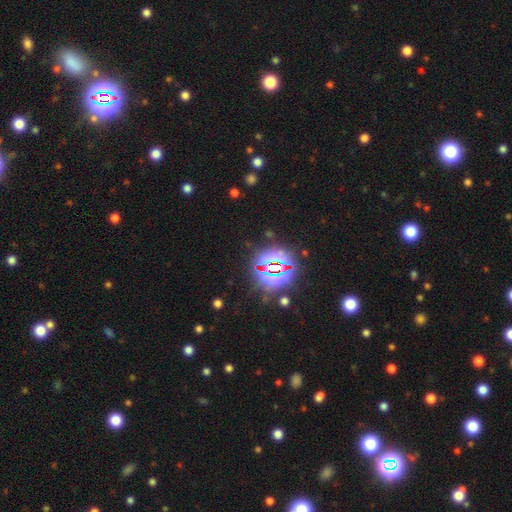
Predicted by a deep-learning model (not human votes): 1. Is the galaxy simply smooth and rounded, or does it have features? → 81% star or artifact, 12% smooth, 7% featured or disk.